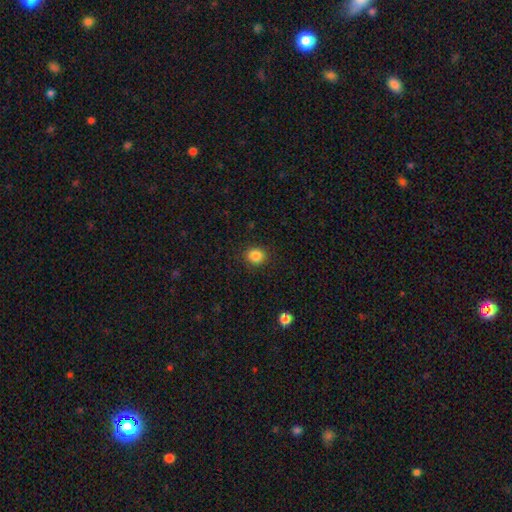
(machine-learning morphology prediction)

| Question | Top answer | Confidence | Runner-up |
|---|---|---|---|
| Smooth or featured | smooth | 86% | star or artifact (11%) |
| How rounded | round | 80% | in between (19%) |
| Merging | none | 90% | minor disturbance (7%) |